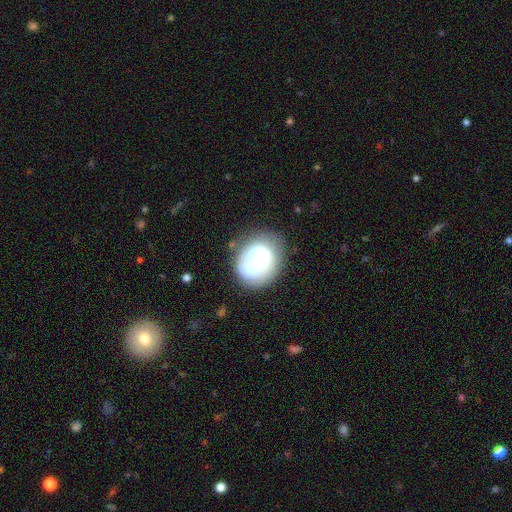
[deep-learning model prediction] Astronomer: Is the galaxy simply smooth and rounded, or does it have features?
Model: featured or disk — 47% (runner-up: smooth, 44%).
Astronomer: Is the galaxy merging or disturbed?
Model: none — 49%.